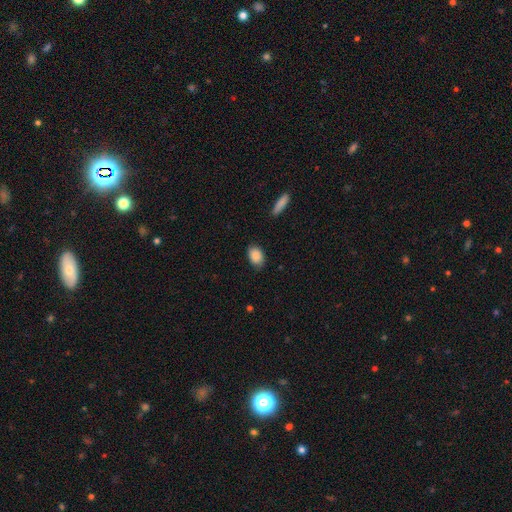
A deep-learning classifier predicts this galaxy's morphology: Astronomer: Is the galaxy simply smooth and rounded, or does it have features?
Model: smooth — 88%.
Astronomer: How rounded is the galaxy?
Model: in between — 82%.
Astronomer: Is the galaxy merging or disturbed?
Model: none — 83%.